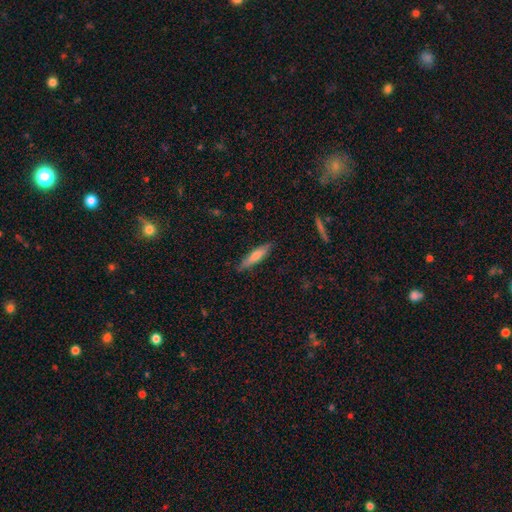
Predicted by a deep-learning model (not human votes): smooth-or-featured: smooth: 63% | featured or disk: 30% | star or artifact: 6%
  how-rounded: cigar-shaped: 83% | in between: 16% | round: 2%
  merging: none: 85% | minor disturbance: 11% | major disturbance: 2% | merger: 1%